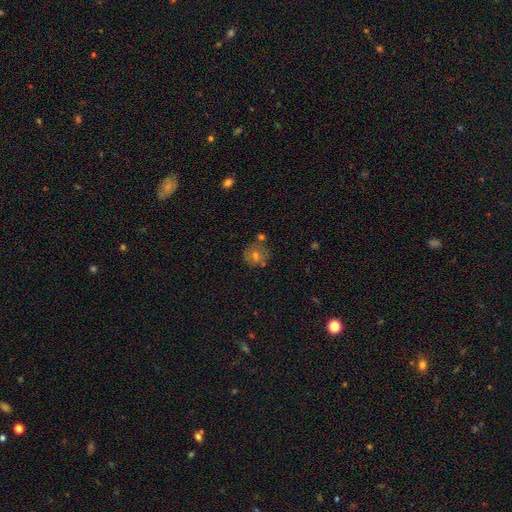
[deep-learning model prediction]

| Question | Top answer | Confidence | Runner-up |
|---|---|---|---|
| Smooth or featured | smooth | 53% | featured or disk (26%) |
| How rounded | round | 87% | in between (11%) |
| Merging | none | 74% | minor disturbance (14%) |